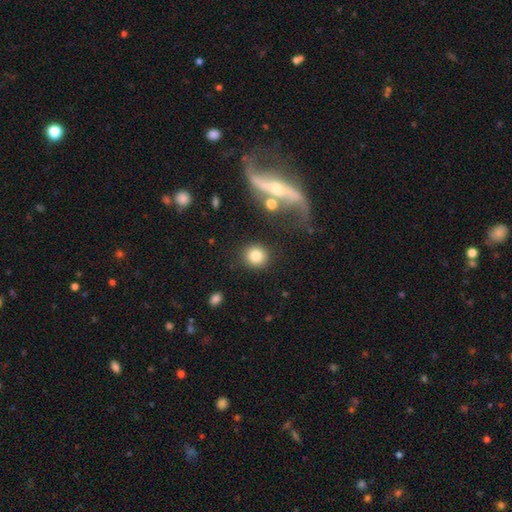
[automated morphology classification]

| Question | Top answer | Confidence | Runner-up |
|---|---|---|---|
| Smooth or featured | smooth | 80% | featured or disk (10%) |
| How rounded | round | 90% | in between (9%) |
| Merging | none | 85% | minor disturbance (7%) |